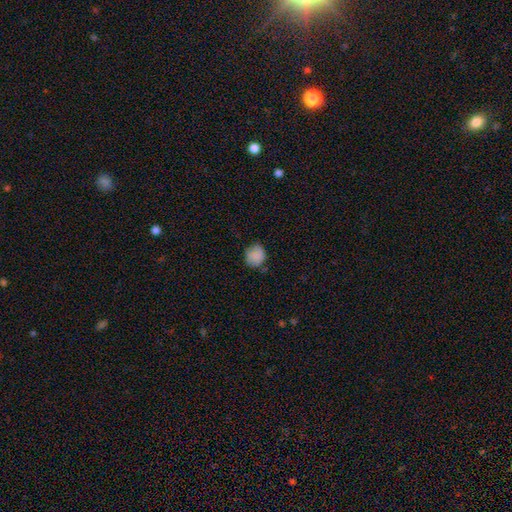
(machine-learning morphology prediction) A smooth galaxy with no disk features (84%) that is round (81%). Merging: none (69%).